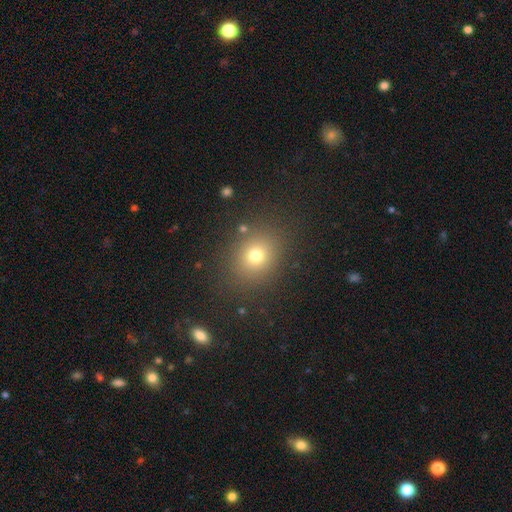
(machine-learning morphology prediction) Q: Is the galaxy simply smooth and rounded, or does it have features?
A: smooth — 73%.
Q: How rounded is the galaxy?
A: round — 65%.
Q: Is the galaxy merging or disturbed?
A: none — 84%.